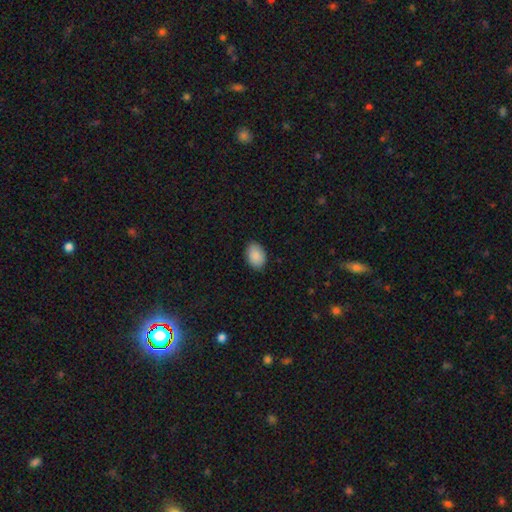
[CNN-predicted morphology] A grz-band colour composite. It shows a smooth galaxy with no disk features (90%) that is in between round and cigar-shaped (86%). Merging: none (87%).